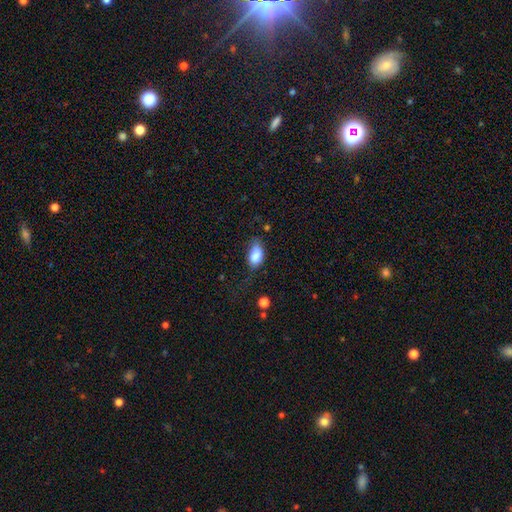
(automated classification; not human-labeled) A smooth galaxy with no disk features (83%) that is in between round and cigar-shaped (90%). Merging: none (49%).